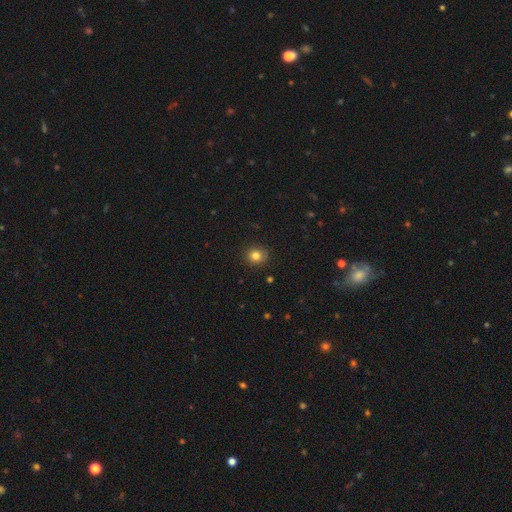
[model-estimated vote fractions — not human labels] Q: Smooth or featured?
A: smooth (82%); runner-up: star or artifact (12%)
Q: How rounded?
A: round (87%); runner-up: in between (12%)
Q: Merging?
A: none (87%); runner-up: minor disturbance (9%)